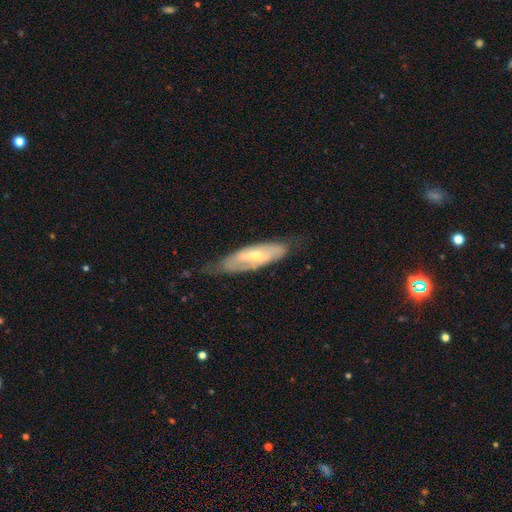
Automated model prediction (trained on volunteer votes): Smooth or featured?
  - featured or disk: 64% *
  - smooth: 30%
  - star or artifact: 6%
Edge-on disk?
  - no: 75% *
  - yes: 25%
Merging?
  - none: 57% *
  - minor disturbance: 29%
  - major disturbance: 12%
  - merger: 2%